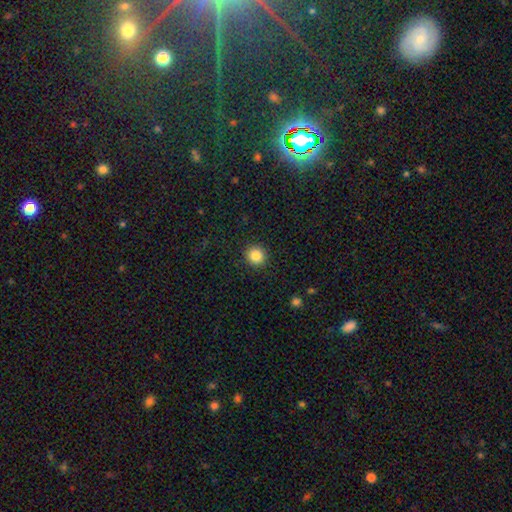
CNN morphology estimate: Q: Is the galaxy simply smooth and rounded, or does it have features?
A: smooth — 84%.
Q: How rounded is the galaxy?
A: round — 90%.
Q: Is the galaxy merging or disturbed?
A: none — 92%.